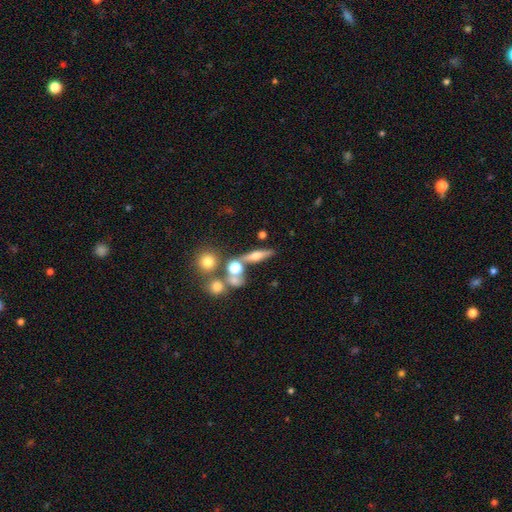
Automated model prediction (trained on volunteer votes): Smooth or featured: featured or disk — 49% (smooth — 39%)
Merging: none — 65% (merger — 17%)